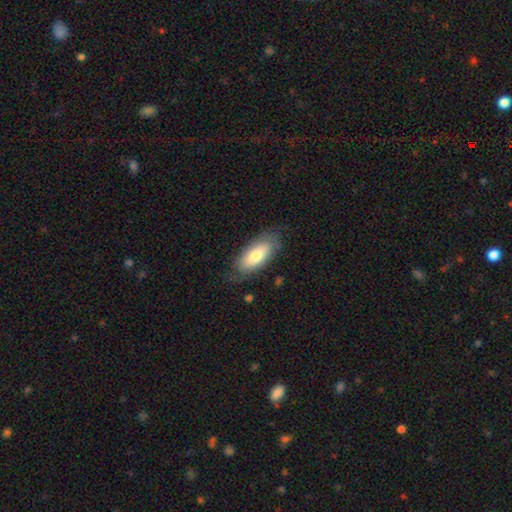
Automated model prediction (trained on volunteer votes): smooth_or_featured: smooth (p=0.74) [alt: featured or disk p=0.20]
how_rounded: in between (p=0.85) [alt: cigar-shaped p=0.13]
merging: none (p=0.78) [alt: minor disturbance p=0.16]